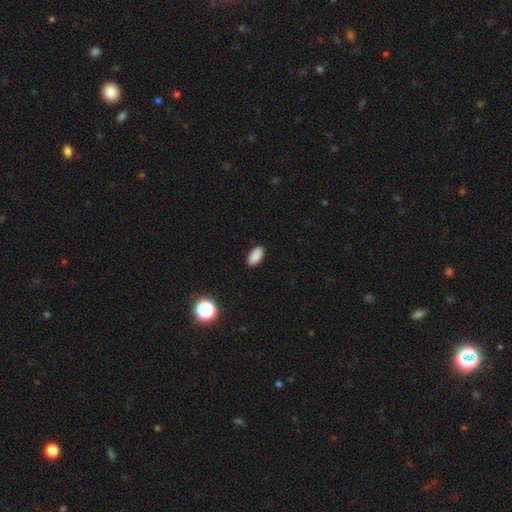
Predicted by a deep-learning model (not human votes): The model was most divided on "smooth or featured": smooth: 88%, star or artifact: 9%, featured or disk: 3%. More confident: how rounded — in between (92%); merging — none (88%).